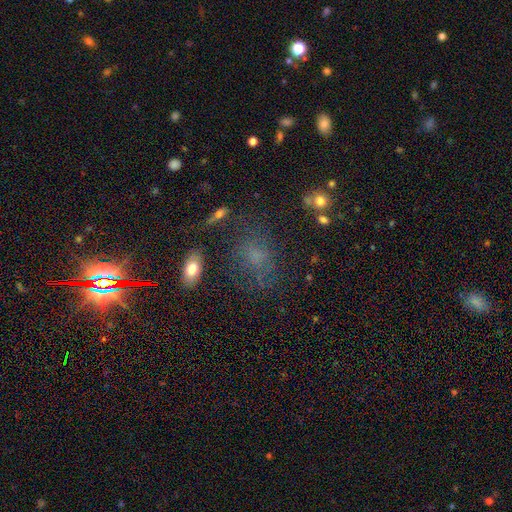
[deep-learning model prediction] A smooth galaxy with no disk features (48%).

Vote fractions:
- Smooth or featured? smooth: 48% / star or artifact: 34% / featured or disk: 19%
- Merging? none: 61% / minor disturbance: 20% / major disturbance: 14% / merger: 5%